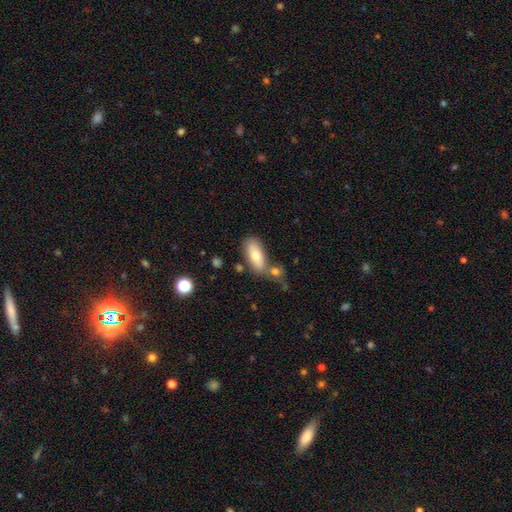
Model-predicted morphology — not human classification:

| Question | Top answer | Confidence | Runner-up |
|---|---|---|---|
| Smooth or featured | smooth | 74% | featured or disk (19%) |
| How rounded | in between | 83% | cigar-shaped (15%) |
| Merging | none | 57% | merger (24%) |